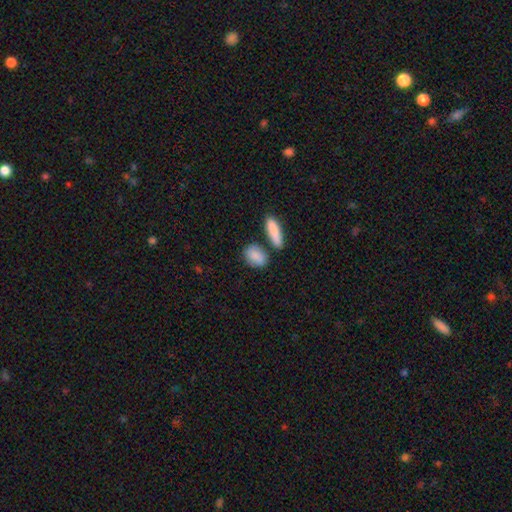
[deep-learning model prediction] A smooth galaxy with no disk features (86%) that is in between round and cigar-shaped (74%).

Vote fractions:
- Smooth or featured? smooth: 86% / featured or disk: 8% / star or artifact: 6%
- How rounded? in between: 74% / round: 18% / cigar-shaped: 7%
- Merging? none: 65% / merger: 16% / minor disturbance: 15% / major disturbance: 4%